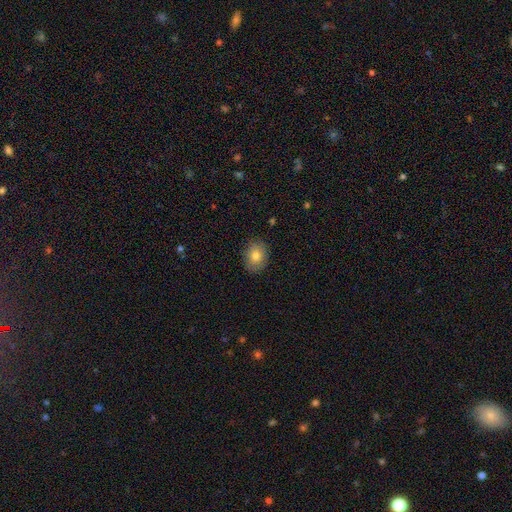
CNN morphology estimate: The model was most divided on "how rounded": in between: 56%, round: 43%, cigar-shaped: 1%. More confident: merging — none (86%); smooth or featured — smooth (80%).